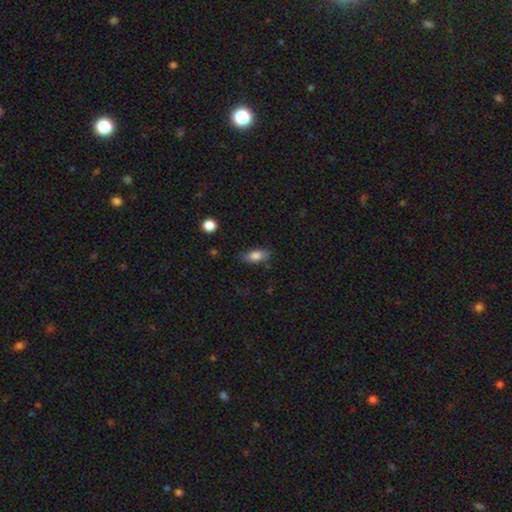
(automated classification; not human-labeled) smooth 82%, featured or disk 10%, star or artifact 8%. Down the decision tree: how rounded — in between (83%); merging — none (78%).